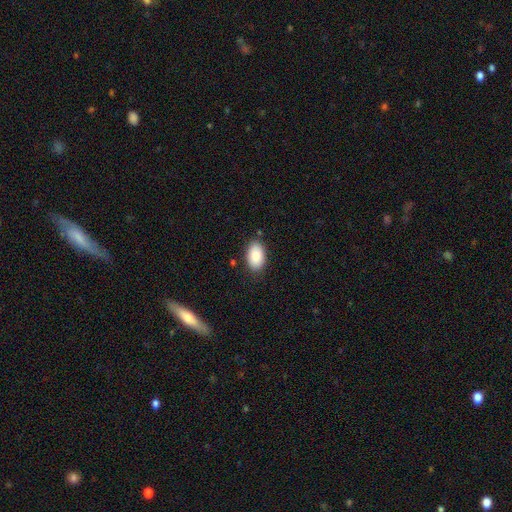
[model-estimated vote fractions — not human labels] Q: Smooth or featured?
A: smooth (85%); runner-up: featured or disk (9%)
Q: How rounded?
A: in between (92%); runner-up: round (6%)
Q: Merging?
A: none (83%); runner-up: minor disturbance (12%)